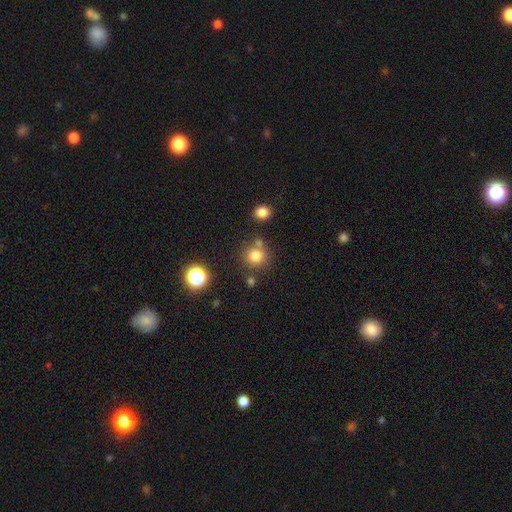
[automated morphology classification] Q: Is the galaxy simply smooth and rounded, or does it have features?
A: smooth — 78%.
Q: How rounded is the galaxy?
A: round — 90%.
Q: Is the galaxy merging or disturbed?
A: none — 74%.